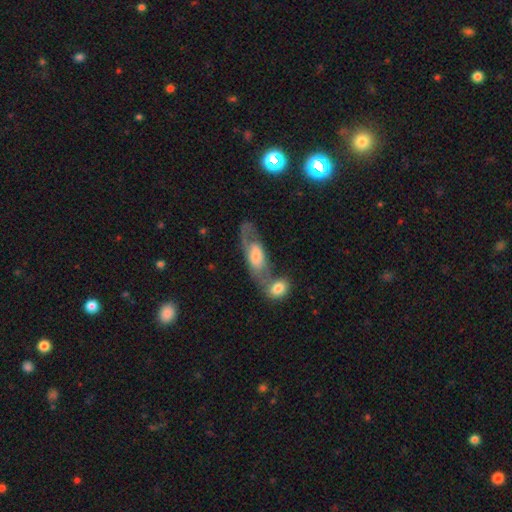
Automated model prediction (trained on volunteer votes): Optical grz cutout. It shows a featured or disk galaxy (52%). Merging: merger (42%).